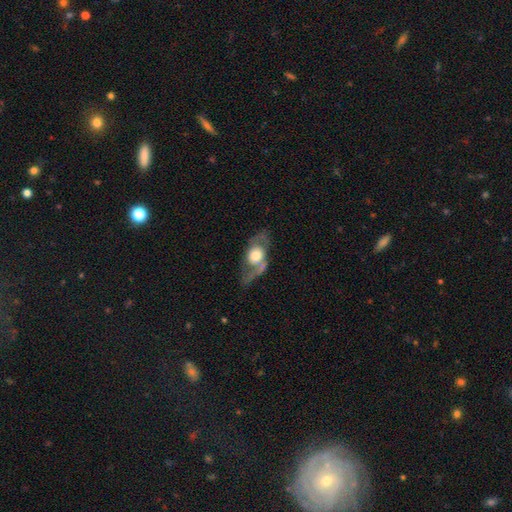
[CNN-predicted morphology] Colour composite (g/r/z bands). It shows a featured or disk galaxy (61%). Merging: none (53%).